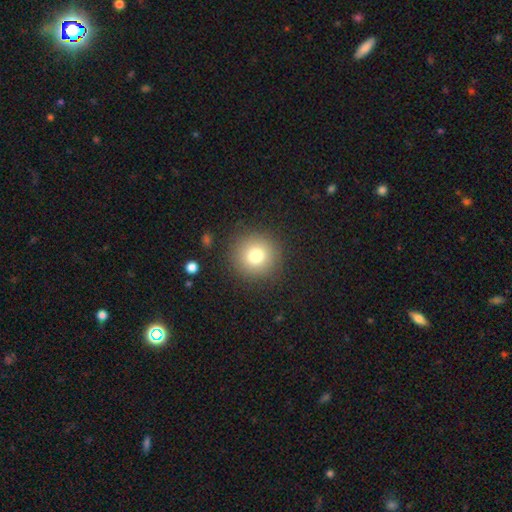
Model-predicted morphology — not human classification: smooth-or-featured: smooth: 78% | star or artifact: 12% | featured or disk: 10%
  how-rounded: round: 95% | in between: 4% | cigar-shaped: 1%
  merging: none: 89% | minor disturbance: 7% | major disturbance: 3% | merger: 1%